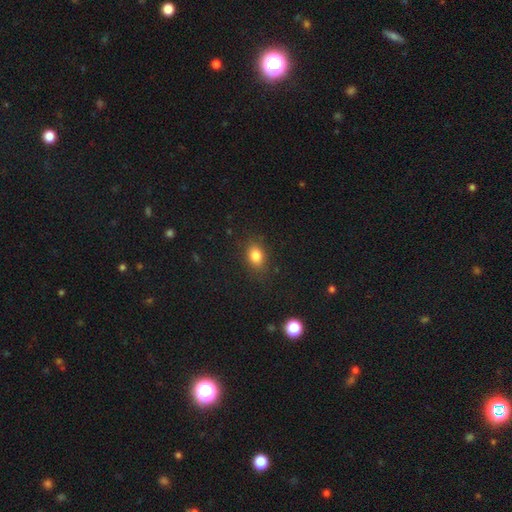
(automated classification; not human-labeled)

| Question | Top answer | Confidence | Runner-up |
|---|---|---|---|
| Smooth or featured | smooth | 83% | star or artifact (11%) |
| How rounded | in between | 73% | round (25%) |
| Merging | none | 83% | minor disturbance (12%) |